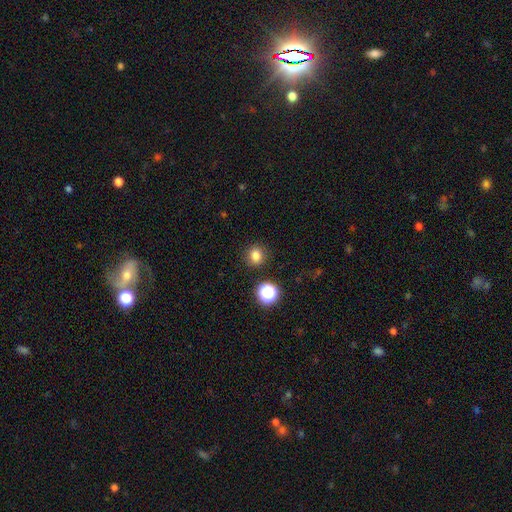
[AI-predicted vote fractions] smooth 81%, star or artifact 15%, featured or disk 5%. Down the decision tree: how rounded — round (85%); merging — none (88%).